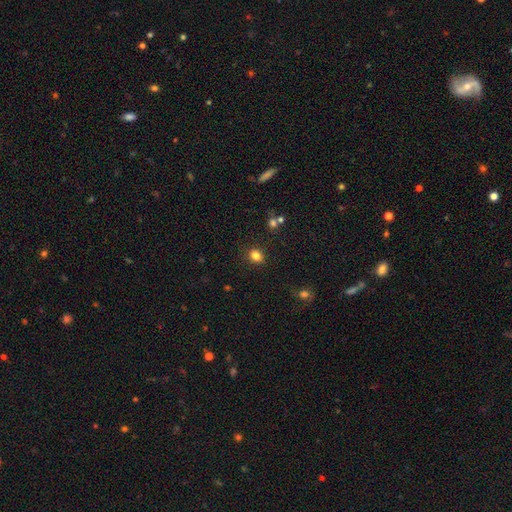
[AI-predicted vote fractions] smooth_or_featured: smooth (p=0.82) [alt: star or artifact p=0.13]
how_rounded: round (p=0.55) [alt: in between p=0.44]
merging: none (p=0.86) [alt: minor disturbance p=0.10]